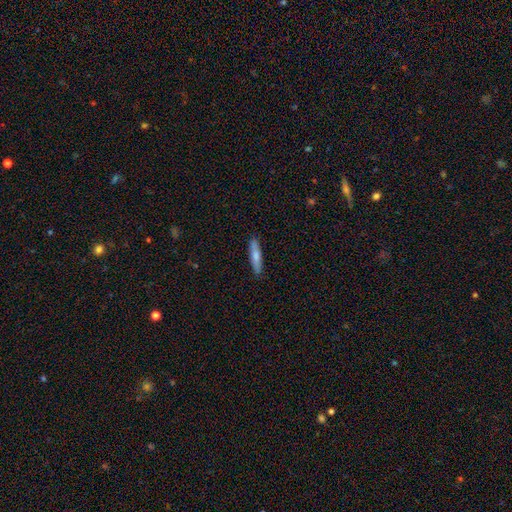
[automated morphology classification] Smooth or featured?
  - smooth: 71% *
  - featured or disk: 23%
  - star or artifact: 6%
How rounded?
  - cigar-shaped: 83% *
  - in between: 16%
  - round: 2%
Merging?
  - none: 88% *
  - minor disturbance: 9%
  - major disturbance: 2%
  - merger: 1%